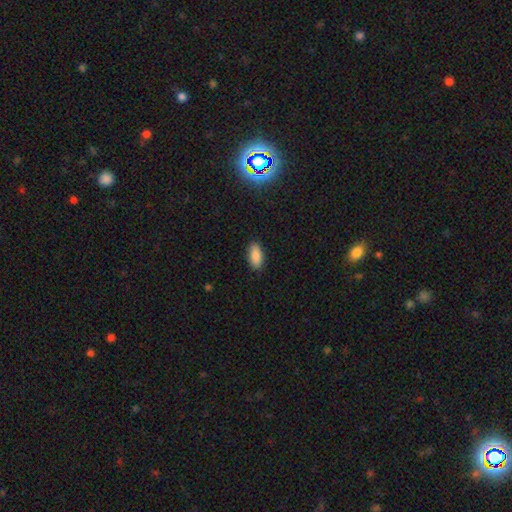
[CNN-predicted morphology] smooth-or-featured: smooth: 86% | star or artifact: 7% | featured or disk: 6%
  how-rounded: in between: 89% | cigar-shaped: 9% | round: 2%
  merging: none: 88% | minor disturbance: 9% | major disturbance: 2% | merger: 1%